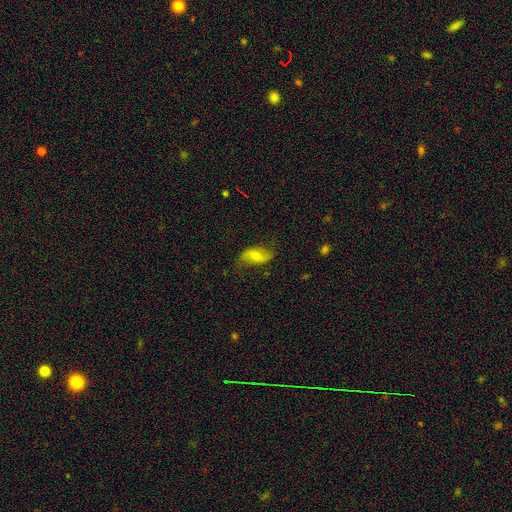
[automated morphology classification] A featured or disk galaxy (56%) with no bar (45%), spiral arms (84%) and a moderate central bulge (49%). Merging: none (70%).